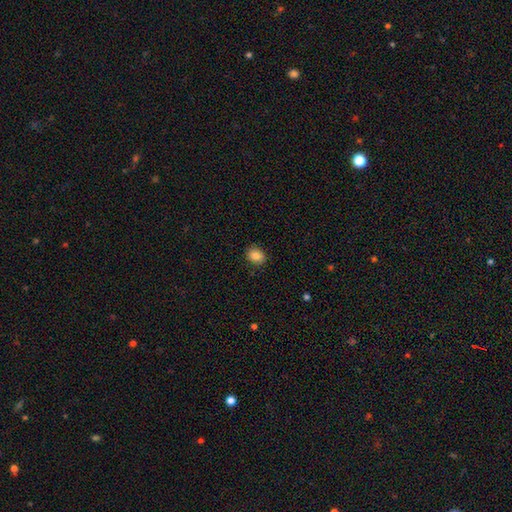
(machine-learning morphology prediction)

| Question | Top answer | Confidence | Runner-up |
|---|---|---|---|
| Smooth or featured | smooth | 85% | star or artifact (10%) |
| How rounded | round | 53% | in between (47%) |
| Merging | none | 88% | minor disturbance (9%) |